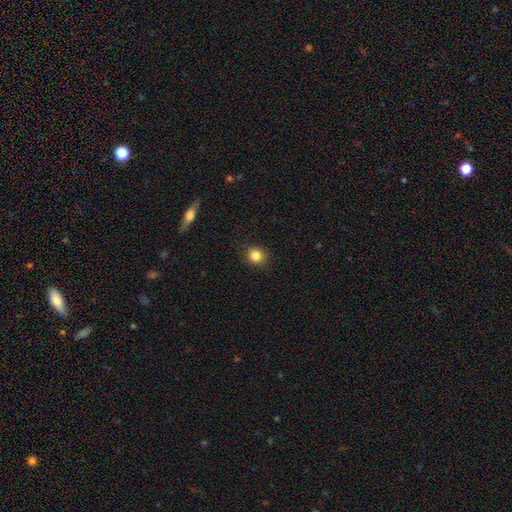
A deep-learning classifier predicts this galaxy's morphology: smooth_or_featured: smooth (p=0.84) [alt: star or artifact p=0.11]
how_rounded: round (p=0.81) [alt: in between p=0.18]
merging: none (p=0.88) [alt: minor disturbance p=0.08]